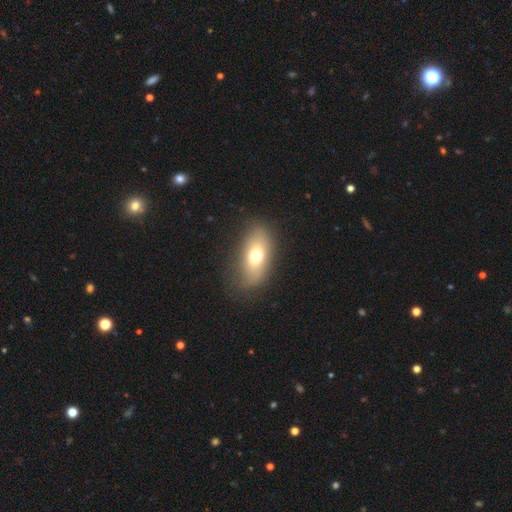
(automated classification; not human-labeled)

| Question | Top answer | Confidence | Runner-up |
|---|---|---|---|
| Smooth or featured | smooth | 69% | featured or disk (21%) |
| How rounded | in between | 85% | round (8%) |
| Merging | none | 79% | minor disturbance (14%) |